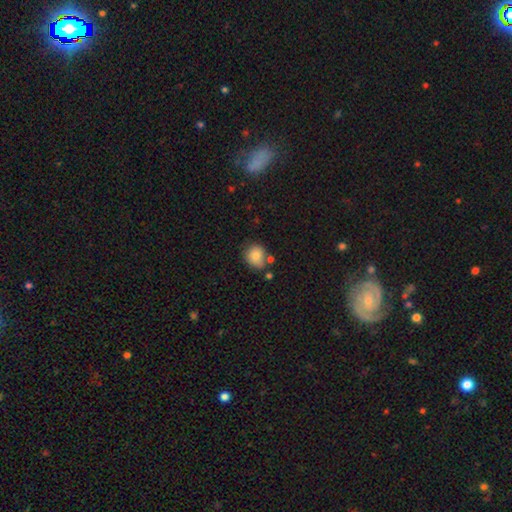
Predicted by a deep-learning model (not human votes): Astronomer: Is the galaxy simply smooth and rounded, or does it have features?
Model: smooth — 80%.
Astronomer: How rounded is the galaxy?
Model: round — 78%.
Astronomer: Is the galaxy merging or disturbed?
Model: none — 64%.